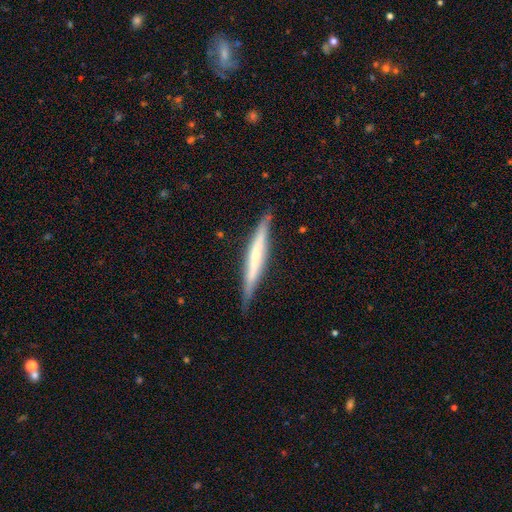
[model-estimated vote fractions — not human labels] Q: Smooth or featured?
A: featured or disk (62%); runner-up: smooth (32%)
Q: Edge-on disk?
A: yes (95%); runner-up: no (5%)
Q: Edge-on bulge?
A: none (49%); runner-up: rounded (39%)
Q: Merging?
A: none (85%); runner-up: minor disturbance (12%)